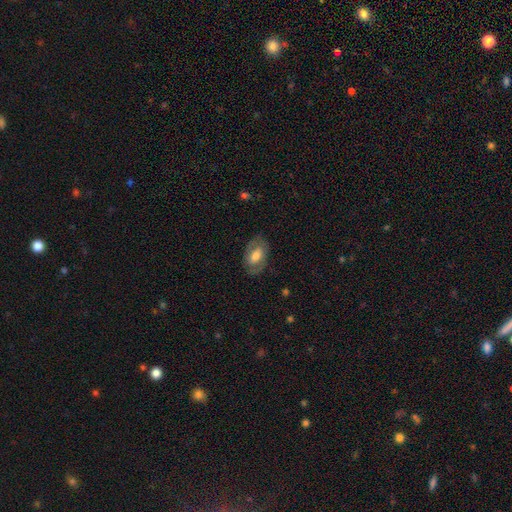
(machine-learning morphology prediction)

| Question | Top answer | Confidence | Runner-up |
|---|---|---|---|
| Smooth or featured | smooth | 52% | featured or disk (41%) |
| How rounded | in between | 90% | round (8%) |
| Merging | none | 77% | minor disturbance (15%) |